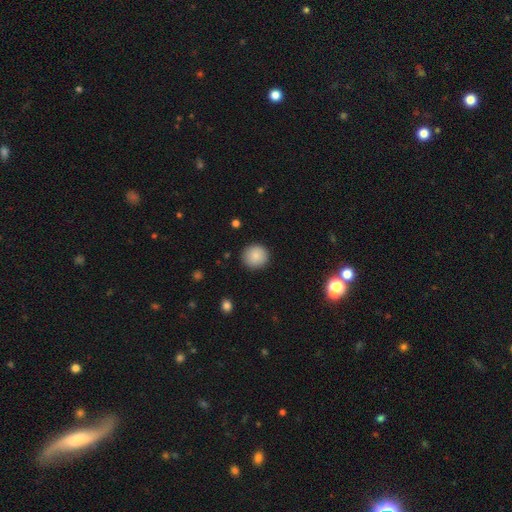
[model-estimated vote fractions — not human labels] The model was most divided on "smooth or featured": smooth: 85%, star or artifact: 8%, featured or disk: 6%. More confident: how rounded — round (92%); merging — none (90%).